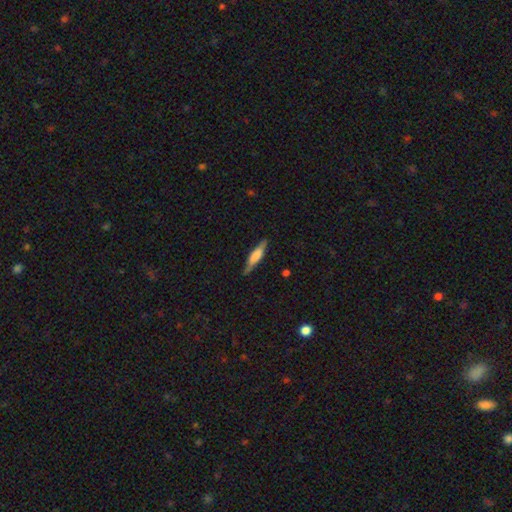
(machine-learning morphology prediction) smooth-or-featured: featured or disk: 48% | smooth: 46% | star or artifact: 6%
  merging: none: 82% | minor disturbance: 14% | major disturbance: 3% | merger: 1%